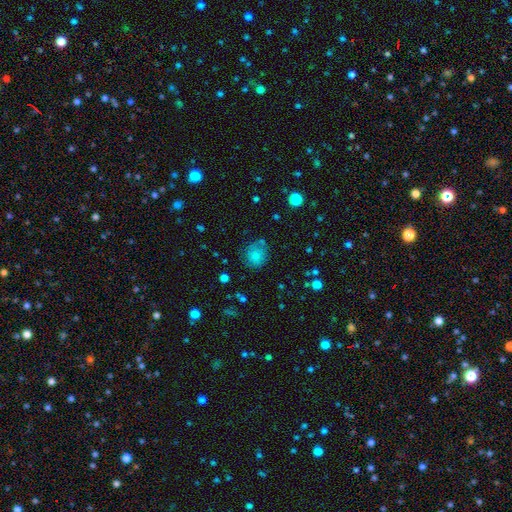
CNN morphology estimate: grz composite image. It shows a smooth galaxy with no disk features (78%) that is round (80%). Merging: none (67%).